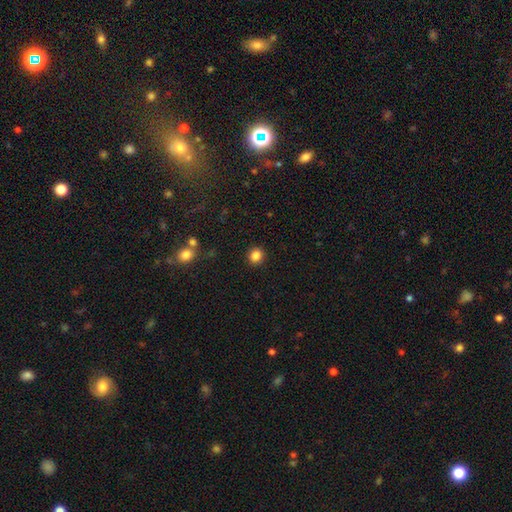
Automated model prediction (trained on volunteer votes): Smooth or featured? Predicted: smooth (p=0.84). How rounded? Predicted: round (p=0.90). Merging? Predicted: none (p=0.92).